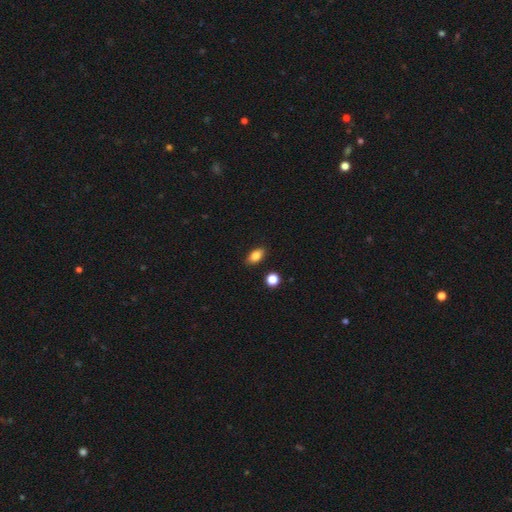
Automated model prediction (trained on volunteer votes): smooth-or-featured: smooth: 85% | star or artifact: 9% | featured or disk: 6%
  how-rounded: in between: 87% | round: 10% | cigar-shaped: 4%
  merging: none: 87% | minor disturbance: 9% | merger: 2% | major disturbance: 2%